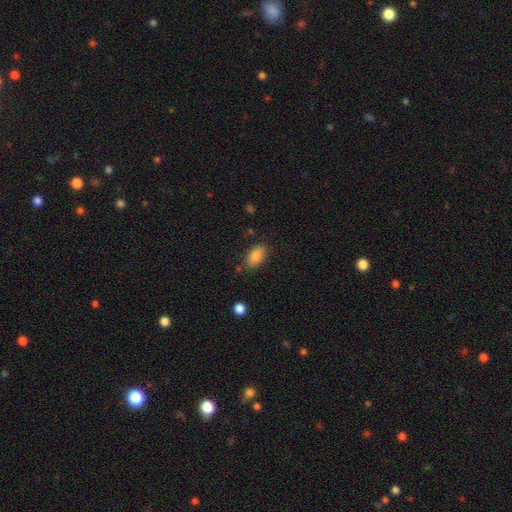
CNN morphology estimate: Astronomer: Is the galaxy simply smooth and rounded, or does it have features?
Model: smooth — 86%.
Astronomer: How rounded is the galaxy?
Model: in between — 91%.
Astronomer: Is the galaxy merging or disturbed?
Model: none — 79%.